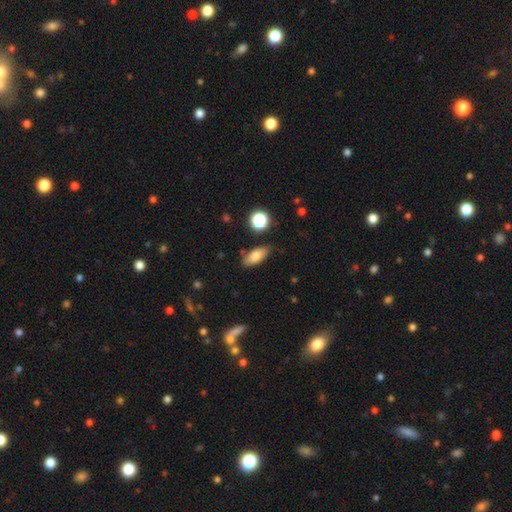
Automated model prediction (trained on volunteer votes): A smooth galaxy with no disk features (78%) that is in between round and cigar-shaped (81%). Merging: none (79%).